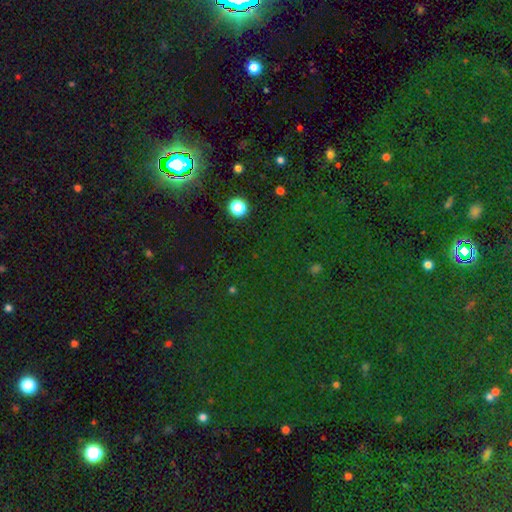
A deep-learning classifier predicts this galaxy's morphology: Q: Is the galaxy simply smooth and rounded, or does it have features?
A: star or artifact — 81%.